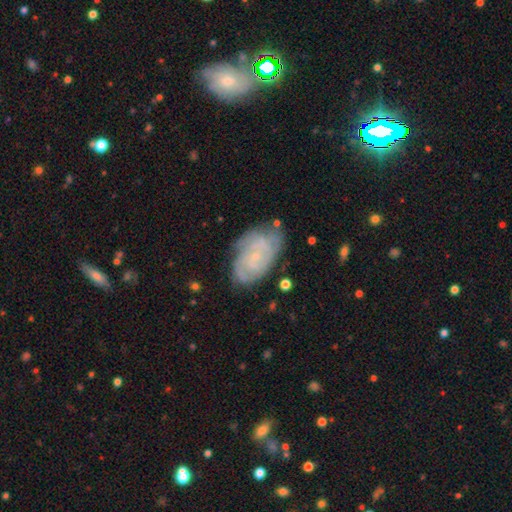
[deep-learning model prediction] smooth-or-featured: featured or disk: 73% | smooth: 19% | star or artifact: 8%
  disk-edge-on: no: 96% | yes: 4%
    bar: no: 74% | weak: 23% | strong: 4%
    has-spiral-arms: yes: 90% | no: 10%
      spiral-winding: tight: 67% | medium: 26% | loose: 7%
      spiral-arm-count: can't tell: 42% | 2: 23% | 3: 15% | 4: 10% | more than 4: 5% | 1: 5%
    bulge-size: small: 78% | moderate: 13% | none: 7% | large: 1% | dominant: 1%
  merging: none: 70% | minor disturbance: 21% | major disturbance: 6% | merger: 2%